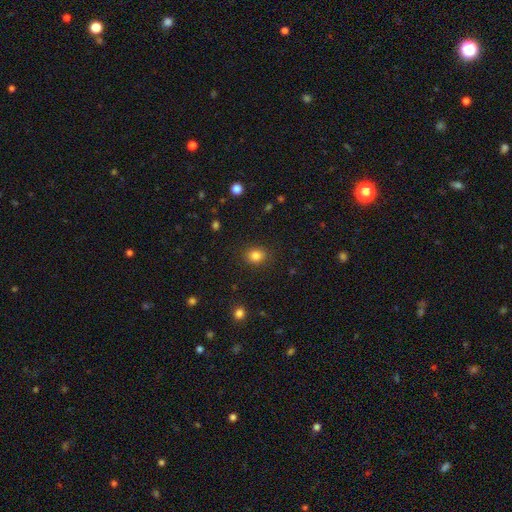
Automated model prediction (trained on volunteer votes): A smooth galaxy with no disk features (83%) that is round (64%).

Vote fractions:
- Smooth or featured? smooth: 83% / star or artifact: 12% / featured or disk: 5%
- How rounded? round: 64% / in between: 35% / cigar-shaped: 1%
- Merging? none: 88% / minor disturbance: 8% / major disturbance: 3% / merger: 1%